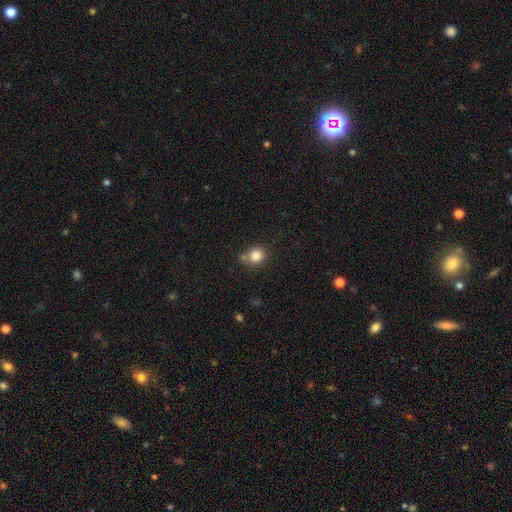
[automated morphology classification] smooth 83%, star or artifact 11%, featured or disk 6%. Down the decision tree: how rounded — round (79%); merging — none (63%).